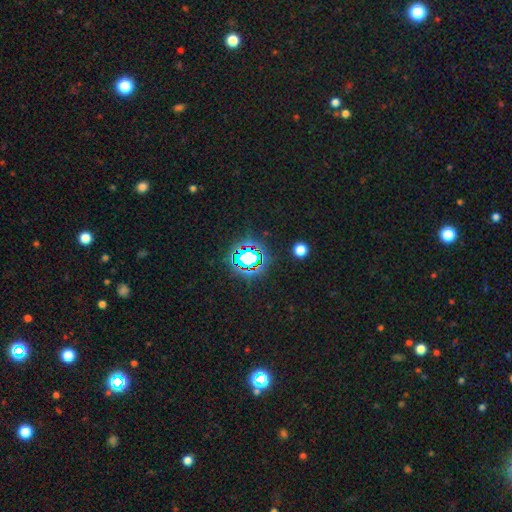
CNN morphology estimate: Smooth or featured? Predicted: star or artifact (p=0.71).